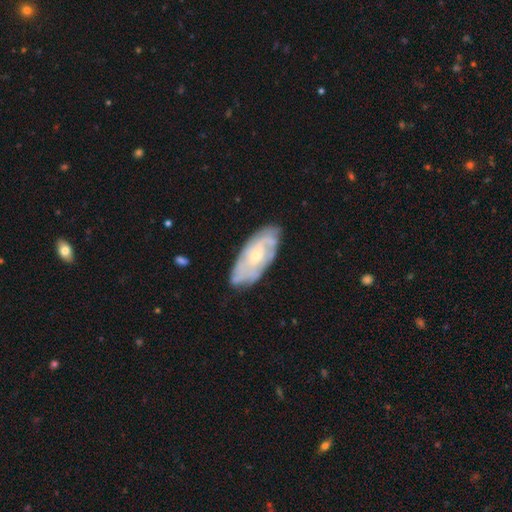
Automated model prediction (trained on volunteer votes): Q: Smooth or featured?
A: featured or disk (71%); runner-up: smooth (23%)
Q: Edge-on disk?
A: no (90%); runner-up: yes (10%)
Q: Bar?
A: no (76%); runner-up: weak (20%)
Q: Spiral arms?
A: yes (80%); runner-up: no (20%)
Q: Spiral winding?
A: tight (65%); runner-up: medium (26%)
Q: Spiral arm count?
A: can't tell (57%); runner-up: 2 (18%)
Q: Bulge size?
A: small (65%); runner-up: moderate (31%)
Q: Merging?
A: none (76%); runner-up: minor disturbance (18%)